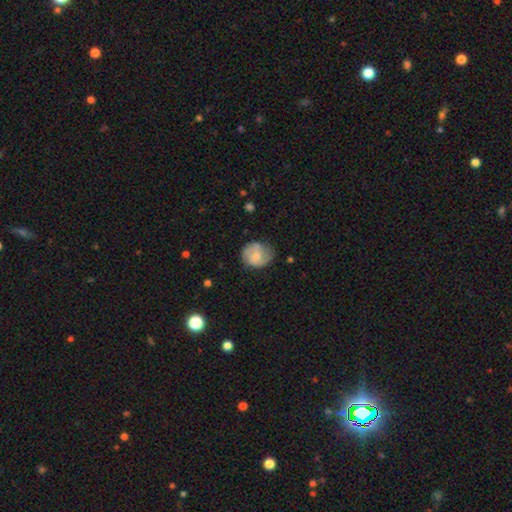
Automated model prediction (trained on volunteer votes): Overall: smooth (51%; featured or disk 42%). How rounded: round (70%). Merging: none (64%; minor disturbance 25%).